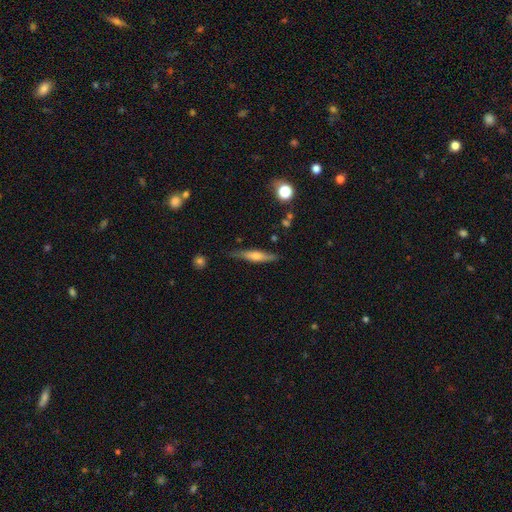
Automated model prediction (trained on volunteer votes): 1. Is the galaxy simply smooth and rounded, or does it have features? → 51% featured or disk, 43% smooth, 7% star or artifact.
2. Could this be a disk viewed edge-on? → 93% yes, 7% no.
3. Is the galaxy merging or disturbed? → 81% none, 14% minor disturbance, 3% major disturbance, 2% merger.